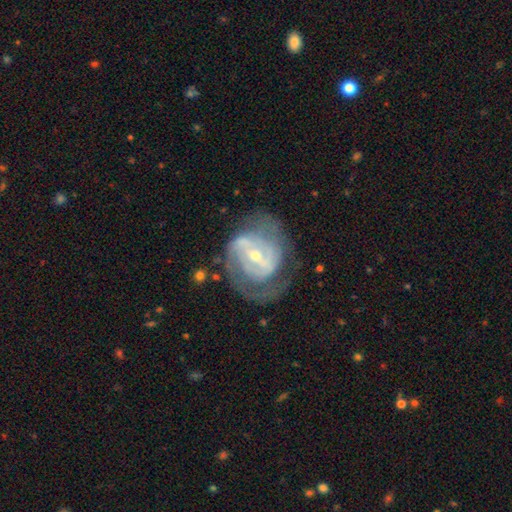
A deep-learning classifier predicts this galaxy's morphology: A featured or disk galaxy (85%) with a weak bar (44%), 2 (53%) tight (50%) spiral arms (89%) and a small central bulge (59%).

Vote fractions:
- Smooth or featured? featured or disk: 85% / smooth: 9% / star or artifact: 5%
- Edge-on disk? no: 97% / yes: 3%
- Bar? weak: 44% / strong: 40% / no: 16%
- Spiral arms? yes: 89% / no: 11%
- Spiral winding? tight: 50% / medium: 37% / loose: 12%
- Spiral arm count? 2: 53% / can't tell: 25% / 3: 11% / 1: 6% / 4: 3% / more than 4: 3%
- Bulge size? small: 59% / moderate: 37% / large: 2% / none: 1% / dominant: 1%
- Merging? none: 58% / minor disturbance: 20% / major disturbance: 20% / merger: 2%